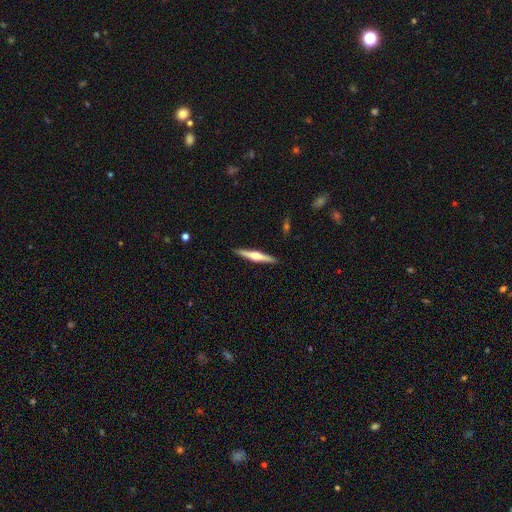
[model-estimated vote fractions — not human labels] smooth_or_featured: featured or disk (p=0.65) [alt: smooth p=0.30]
disk_edge_on: yes (p=0.98) [alt: no p=0.02]
edge_on_bulge: rounded (p=0.90) [alt: boxy p=0.05]
merging: none (p=0.92) [alt: minor disturbance p=0.06]